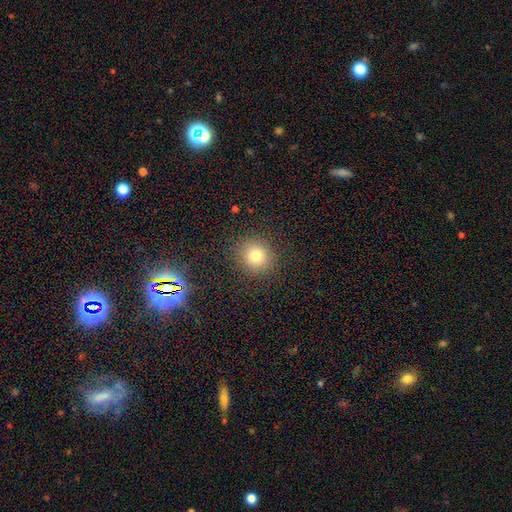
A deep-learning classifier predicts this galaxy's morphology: Overall: smooth (77%). How rounded: round (88%). Merging: none (88%).